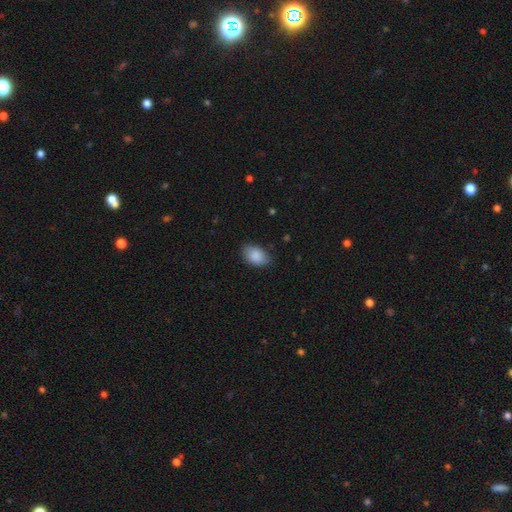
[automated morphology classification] smooth 88%, star or artifact 7%, featured or disk 5%. Down the decision tree: how rounded — in between (88%); merging — none (81%).